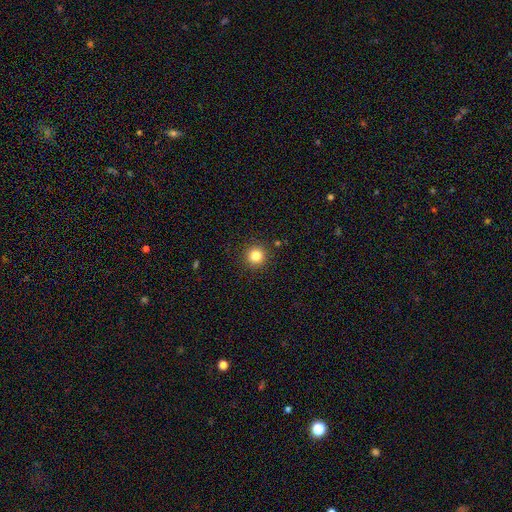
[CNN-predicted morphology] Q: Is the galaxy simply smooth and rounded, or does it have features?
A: smooth — 82%.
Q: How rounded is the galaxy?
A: round — 95%.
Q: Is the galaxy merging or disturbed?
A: none — 91%.